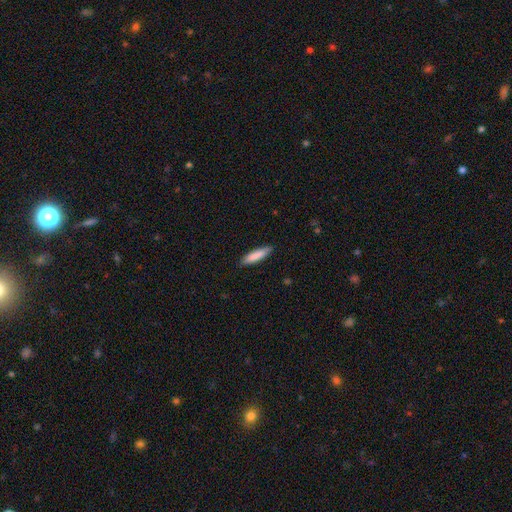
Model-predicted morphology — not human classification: A smooth galaxy with no disk features (83%) that is cigar-shaped (81%).

Vote fractions:
- Smooth or featured? smooth: 83% / featured or disk: 11% / star or artifact: 5%
- How rounded? cigar-shaped: 81% / in between: 18% / round: 1%
- Merging? none: 88% / minor disturbance: 9% / major disturbance: 2% / merger: 1%